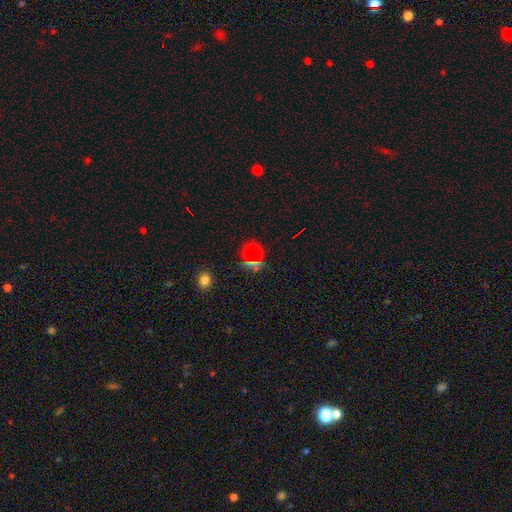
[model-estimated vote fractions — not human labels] Smooth or featured: smooth — 59% (star or artifact — 34%)
How rounded: round — 90% (in between — 8%)
Merging: none — 83% (minor disturbance — 8%)